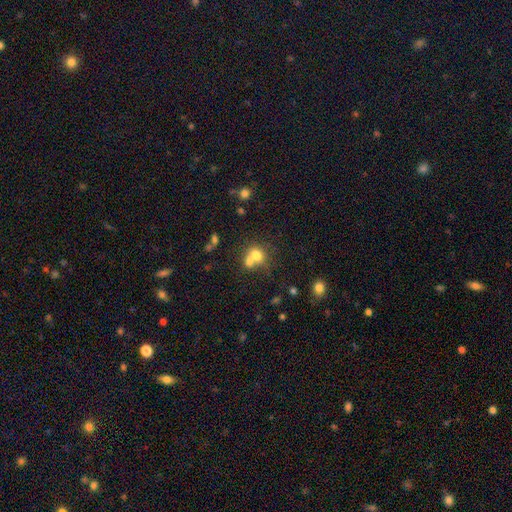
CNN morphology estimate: A smooth galaxy with no disk features (69%) that is round (55%).

Vote fractions:
- Smooth or featured? smooth: 69% / featured or disk: 18% / star or artifact: 13%
- How rounded? round: 55% / in between: 44% / cigar-shaped: 1%
- Merging? merger: 58% / none: 28% / minor disturbance: 8% / major disturbance: 5%